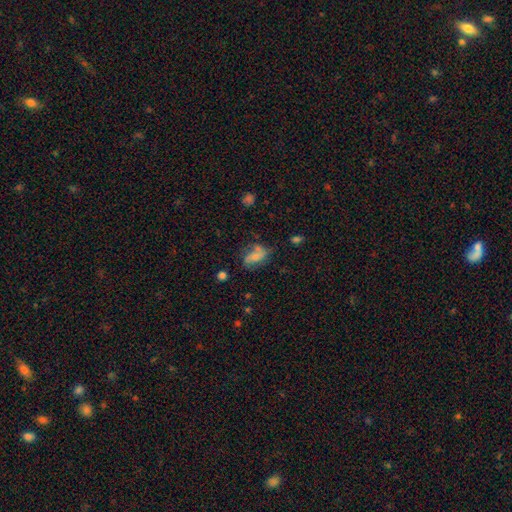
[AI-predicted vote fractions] smooth 49%, featured or disk 40%, star or artifact 11%. Down the decision tree: merging — none (51%).